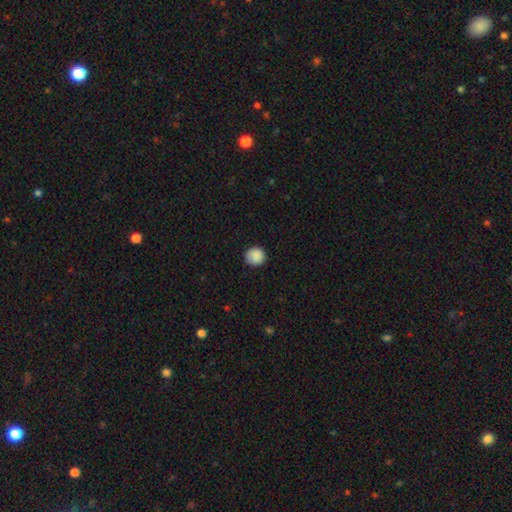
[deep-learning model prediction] smooth 89%, star or artifact 8%, featured or disk 3%. Down the decision tree: how rounded — round (91%); merging — none (85%).